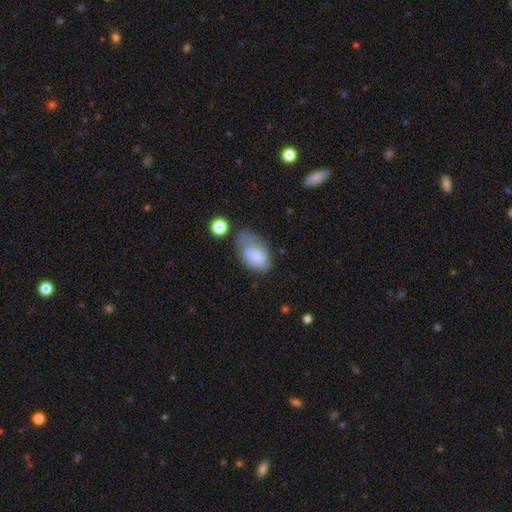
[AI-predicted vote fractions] smooth 58%, featured or disk 34%, star or artifact 9%. Down the decision tree: how rounded — in between (87%); merging — minor disturbance (29%).